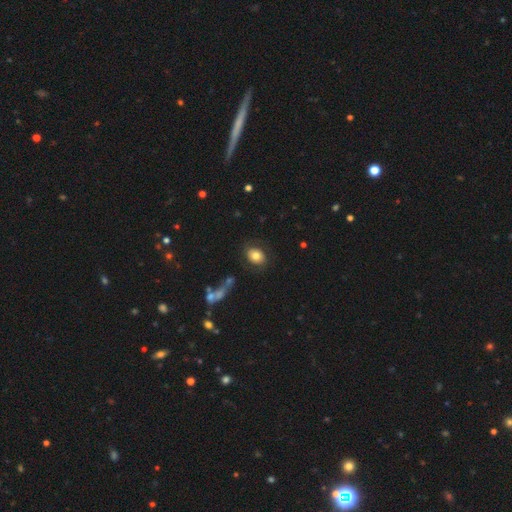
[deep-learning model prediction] smooth-or-featured: smooth: 74% | featured or disk: 18% | star or artifact: 9%
  how-rounded: in between: 60% | round: 39% | cigar-shaped: 1%
  merging: none: 77% | minor disturbance: 13% | major disturbance: 7% | merger: 3%